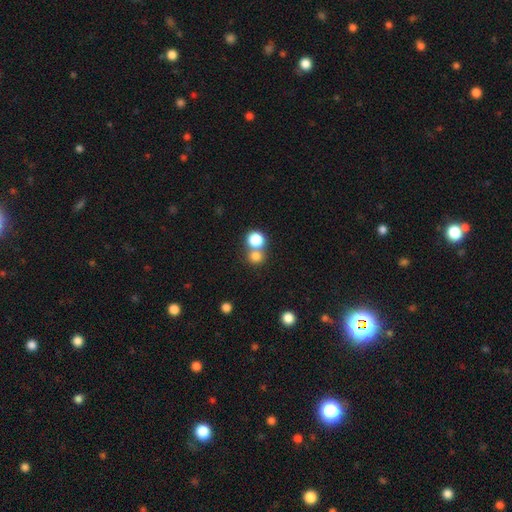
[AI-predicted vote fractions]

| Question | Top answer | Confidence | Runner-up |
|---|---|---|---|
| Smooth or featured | smooth | 77% | star or artifact (15%) |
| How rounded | round | 87% | in between (12%) |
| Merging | none | 51% | merger (40%) |